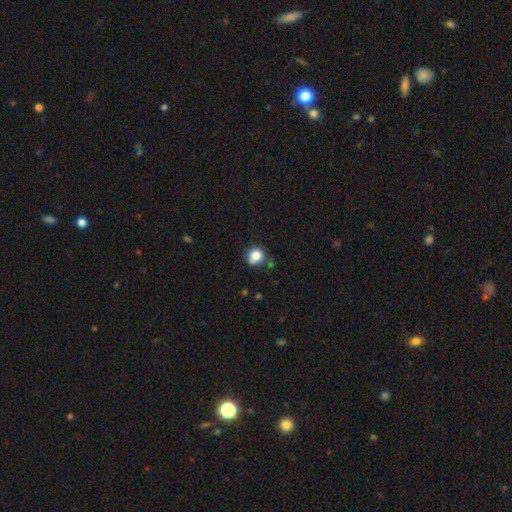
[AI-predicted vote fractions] Smooth or featured: smooth — 84% (star or artifact — 11%)
How rounded: round — 88% (in between — 11%)
Merging: none — 65% (minor disturbance — 22%)